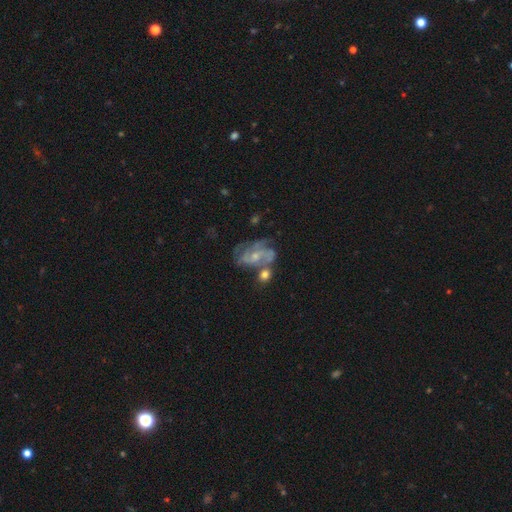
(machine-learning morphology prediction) This appears to be a featured or disk galaxy (77%) with no bar (60%), can't tell (28%, tied with 3) medium (45%) spiral arms (86%) and a small central bulge (59%). Merging: none (39%).